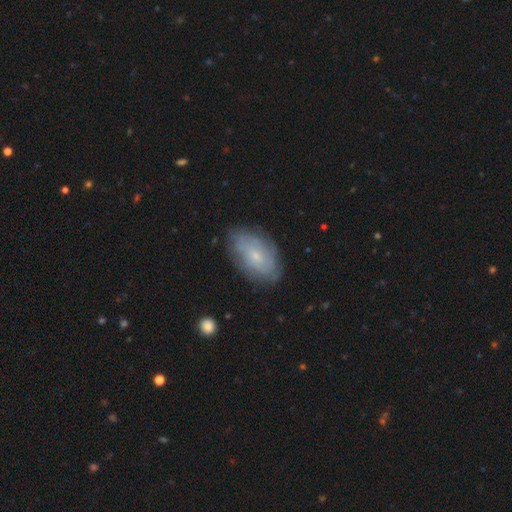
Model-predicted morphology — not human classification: Overall: featured or disk (47%; smooth 45%). Merging: none (79%).